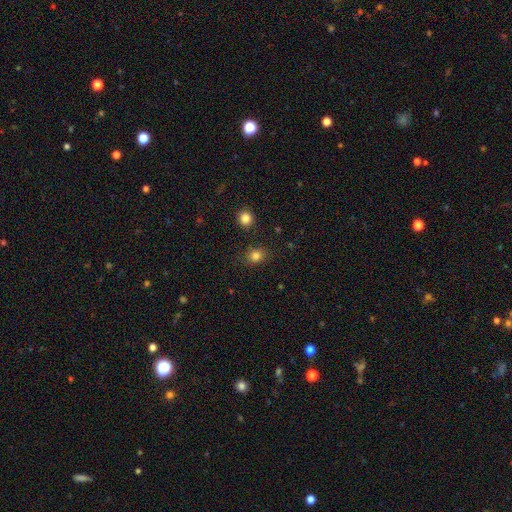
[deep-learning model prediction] Smooth or featured: smooth — 82% (star or artifact — 13%)
How rounded: round — 64% (in between — 35%)
Merging: none — 83% (minor disturbance — 11%)